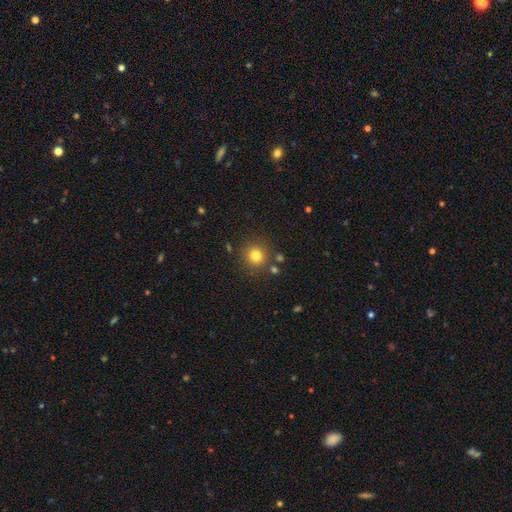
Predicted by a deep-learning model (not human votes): Smooth or featured? Predicted: smooth (p=0.80). How rounded? Predicted: round (p=0.93). Merging? Predicted: none (p=0.84).